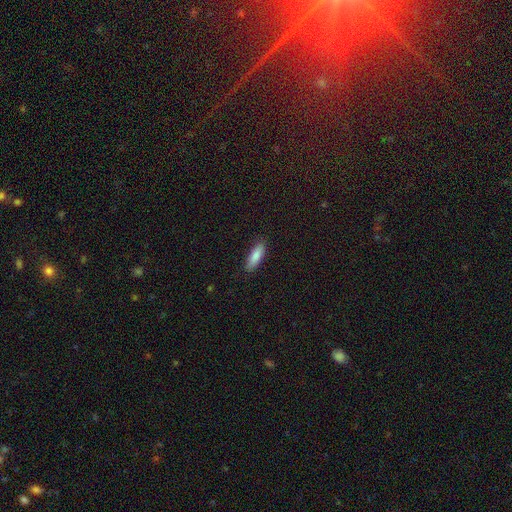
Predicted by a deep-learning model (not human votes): smooth-or-featured: smooth: 85% | featured or disk: 9% | star or artifact: 6%
  how-rounded: in between: 53% | cigar-shaped: 45% | round: 2%
  merging: none: 87% | minor disturbance: 10% | major disturbance: 2% | merger: 1%